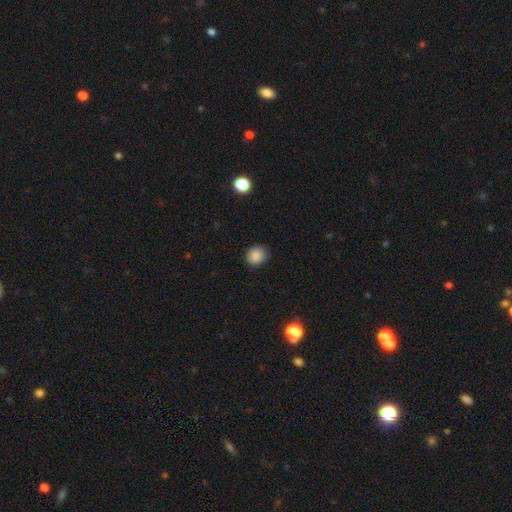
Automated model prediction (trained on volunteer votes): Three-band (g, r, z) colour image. It shows a smooth galaxy with no disk features (87%) that is round (63%). Merging: none (84%).